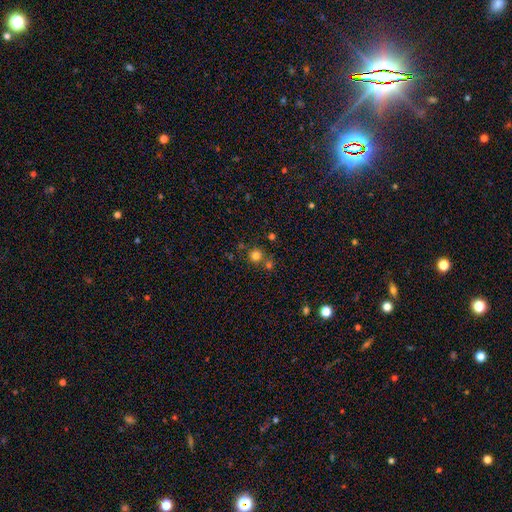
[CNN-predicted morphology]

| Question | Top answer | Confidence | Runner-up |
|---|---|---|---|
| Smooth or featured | smooth | 78% | star or artifact (16%) |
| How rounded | round | 92% | in between (7%) |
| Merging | none | 68% | merger (21%) |